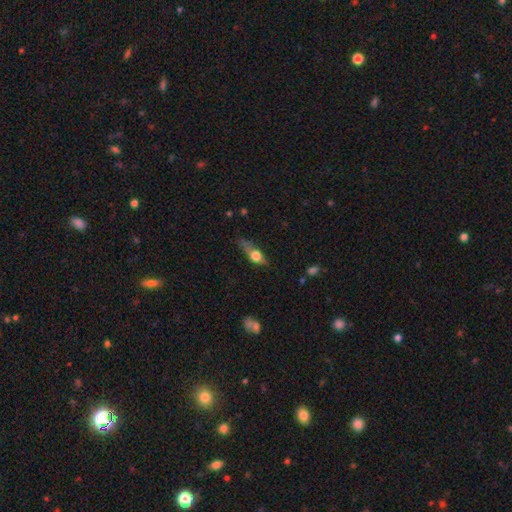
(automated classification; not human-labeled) smooth 53%, featured or disk 37%, star or artifact 10%. Down the decision tree: how rounded — in between (48%); merging — none (44%).